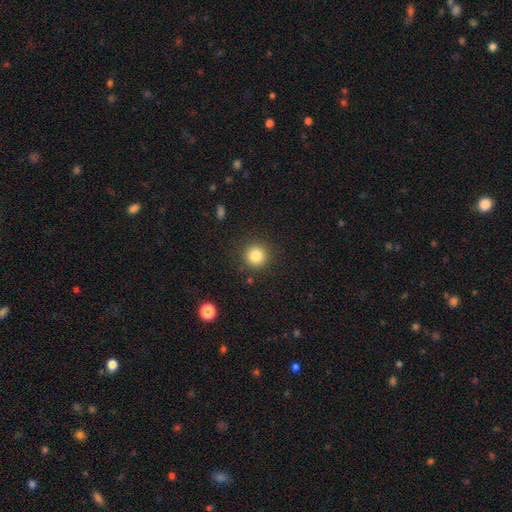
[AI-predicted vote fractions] smooth-or-featured: smooth: 83% | star or artifact: 11% | featured or disk: 6%
  how-rounded: round: 94% | in between: 5% | cigar-shaped: 1%
  merging: none: 89% | minor disturbance: 7% | major disturbance: 3% | merger: 1%